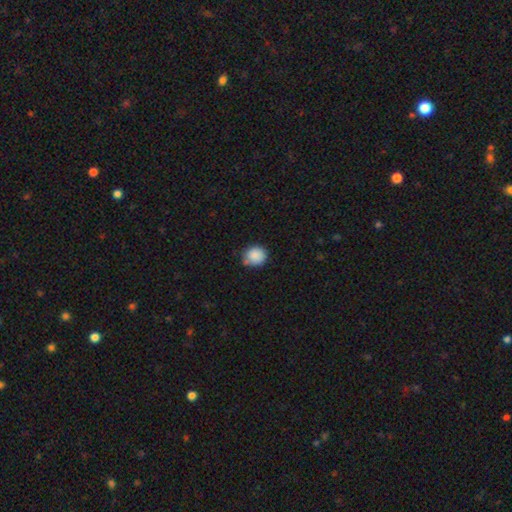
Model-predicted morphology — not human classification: A smooth galaxy with no disk features (88%) that is round (83%). Merging: none (72%).